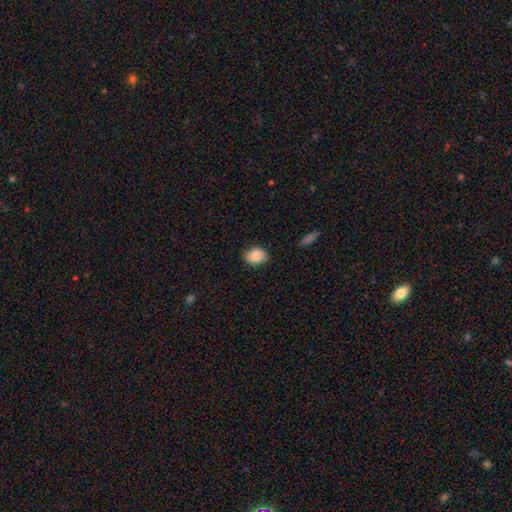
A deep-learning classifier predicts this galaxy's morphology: Q: Smooth or featured?
A: smooth (87%); runner-up: star or artifact (8%)
Q: How rounded?
A: in between (59%); runner-up: round (40%)
Q: Merging?
A: none (82%); runner-up: minor disturbance (14%)